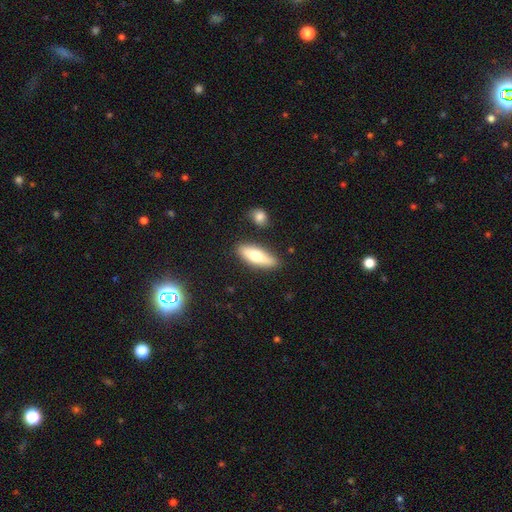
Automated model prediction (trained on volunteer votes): The model was most divided on "how rounded": in between: 56%, cigar-shaped: 41%, round: 3%. More confident: merging — none (83%); smooth or featured — smooth (65%).